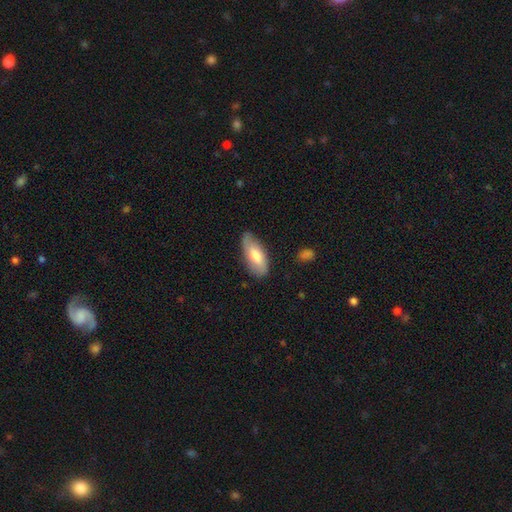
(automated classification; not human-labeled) smooth_or_featured: smooth (p=0.68) [alt: featured or disk p=0.26]
how_rounded: in between (p=0.83) [alt: cigar-shaped p=0.14]
merging: none (p=0.74) [alt: minor disturbance p=0.21]